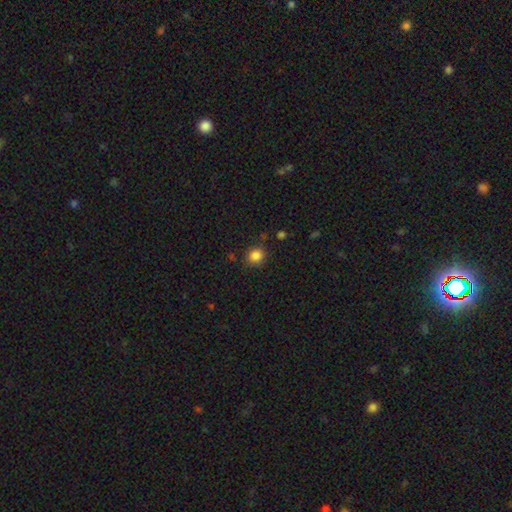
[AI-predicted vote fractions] A smooth galaxy with no disk features (85%) that is round (88%).

Vote fractions:
- Smooth or featured? smooth: 85% / star or artifact: 11% / featured or disk: 4%
- How rounded? round: 88% / in between: 11% / cigar-shaped: 1%
- Merging? none: 85% / minor disturbance: 10% / major disturbance: 3% / merger: 2%